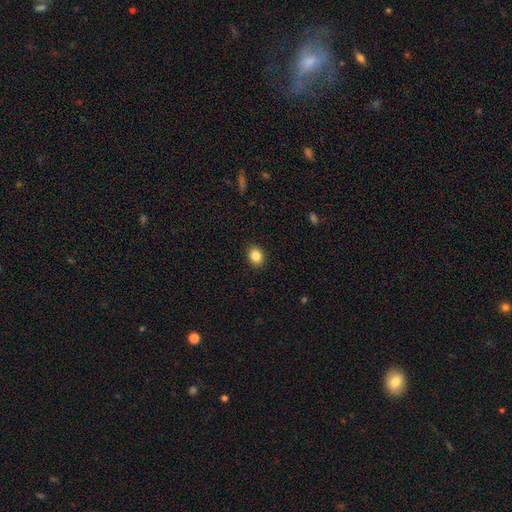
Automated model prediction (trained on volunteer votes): Smooth or featured?
  - smooth: 86% *
  - star or artifact: 9%
  - featured or disk: 5%
How rounded?
  - in between: 54% *
  - round: 45%
  - cigar-shaped: 1%
Merging?
  - none: 90% *
  - minor disturbance: 7%
  - major disturbance: 2%
  - merger: 1%